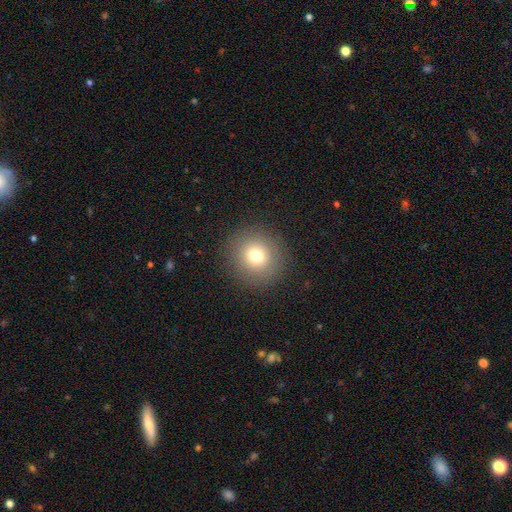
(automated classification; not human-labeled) A smooth galaxy with no disk features (75%) that is round (92%).

Vote fractions:
- Smooth or featured? smooth: 75% / star or artifact: 13% / featured or disk: 11%
- How rounded? round: 92% / in between: 7% / cigar-shaped: 1%
- Merging? none: 90% / minor disturbance: 6% / major disturbance: 3% / merger: 1%